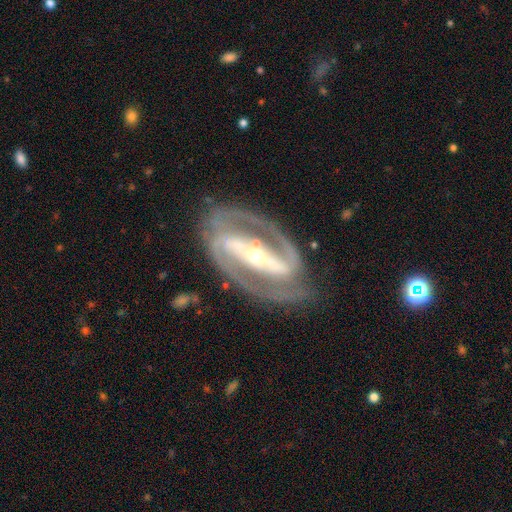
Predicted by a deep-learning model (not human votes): This is clearly a featured or disk galaxy (92%). It is clearly not viewed edge-on (95%). Bar: clearly strong (83%). Spiral arm pattern: clearly yes (95%). Spiral arm count: clearly 2 (93%). Spiral winding: possibly tight (45%, tied with medium). Central bulge: possibly small (57%). Merging: likely none (79%).